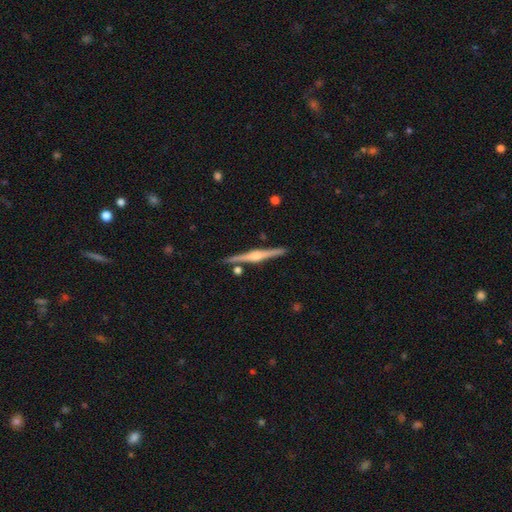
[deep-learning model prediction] Smooth or featured: featured or disk — 83% (smooth — 12%)
Edge-on disk: yes — 99% (no — 1%)
Edge-on bulge: rounded — 83% (boxy — 12%)
Merging: none — 89% (minor disturbance — 7%)